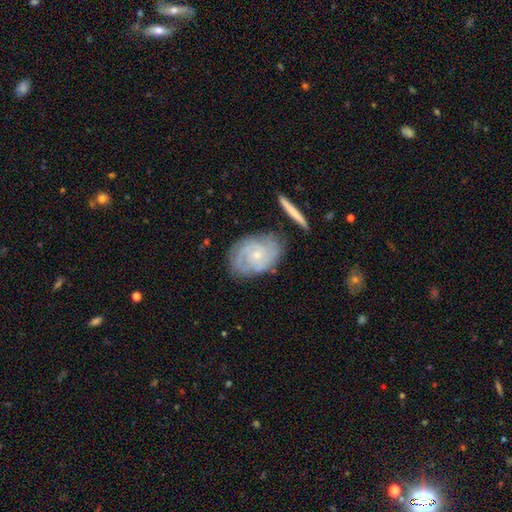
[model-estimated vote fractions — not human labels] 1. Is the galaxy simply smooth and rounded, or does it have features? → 78% featured or disk, 16% smooth, 6% star or artifact.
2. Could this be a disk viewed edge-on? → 96% no, 4% yes.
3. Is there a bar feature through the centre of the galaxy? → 76% no, 20% weak, 4% strong.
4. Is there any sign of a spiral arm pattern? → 94% yes, 6% no.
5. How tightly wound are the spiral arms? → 65% tight, 28% medium, 7% loose.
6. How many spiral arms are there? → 32% can't tell, 30% 2, 20% 3, 8% 4, 5% 1, 4% more than 4.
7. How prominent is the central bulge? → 75% small, 21% moderate, 2% none, 1% large, 1% dominant.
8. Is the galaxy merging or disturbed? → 72% none, 18% minor disturbance, 6% major disturbance, 4% merger.